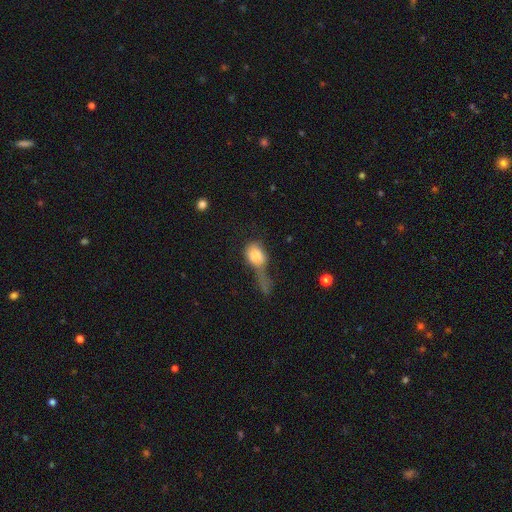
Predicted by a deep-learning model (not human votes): This is likely a smooth galaxy (73%). How rounded: likely in between (67%). Merging: possibly major disturbance (46%).